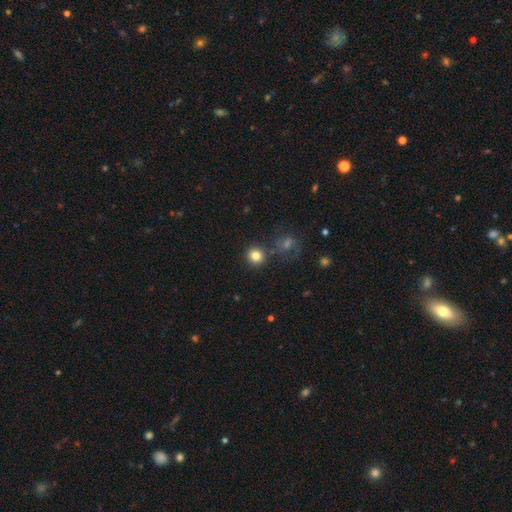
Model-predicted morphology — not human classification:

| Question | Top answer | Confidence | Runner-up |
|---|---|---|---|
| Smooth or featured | smooth | 82% | star or artifact (11%) |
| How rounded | round | 91% | in between (8%) |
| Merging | none | 82% | minor disturbance (8%) |